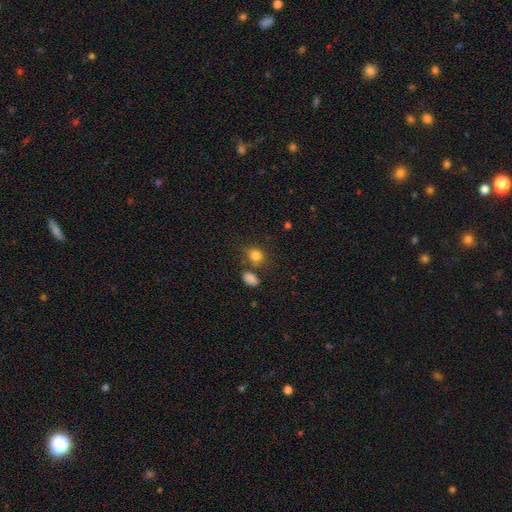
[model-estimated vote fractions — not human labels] smooth-or-featured: smooth: 82% | star or artifact: 12% | featured or disk: 7%
  how-rounded: round: 63% | in between: 36% | cigar-shaped: 1%
  merging: none: 67% | minor disturbance: 15% | merger: 13% | major disturbance: 5%